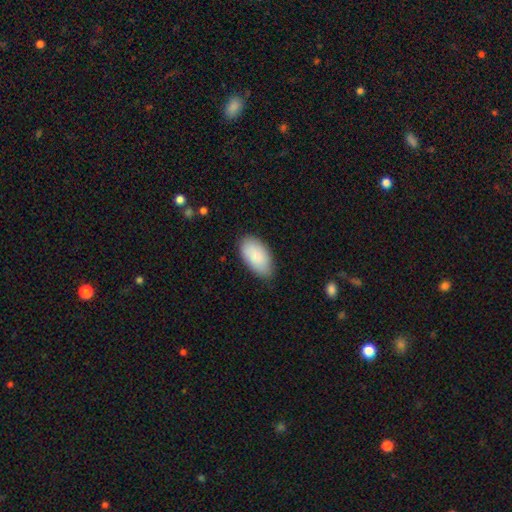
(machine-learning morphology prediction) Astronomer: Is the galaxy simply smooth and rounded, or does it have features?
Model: smooth — 87%.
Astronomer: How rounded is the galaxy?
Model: in between — 96%.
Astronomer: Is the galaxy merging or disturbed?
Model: none — 81%.